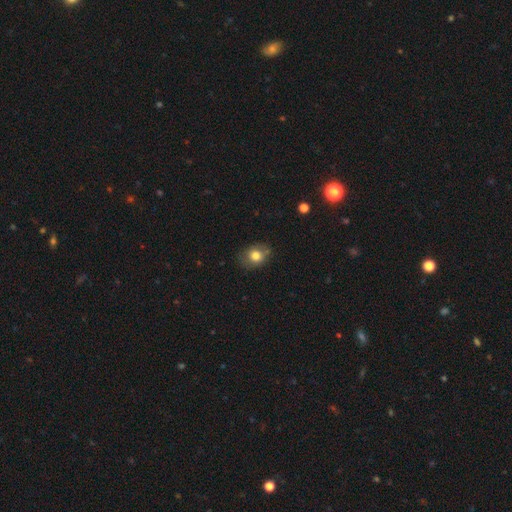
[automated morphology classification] Smooth or featured: smooth — 78% (featured or disk — 13%)
How rounded: in between — 52% (round — 47%)
Merging: none — 69% (minor disturbance — 23%)